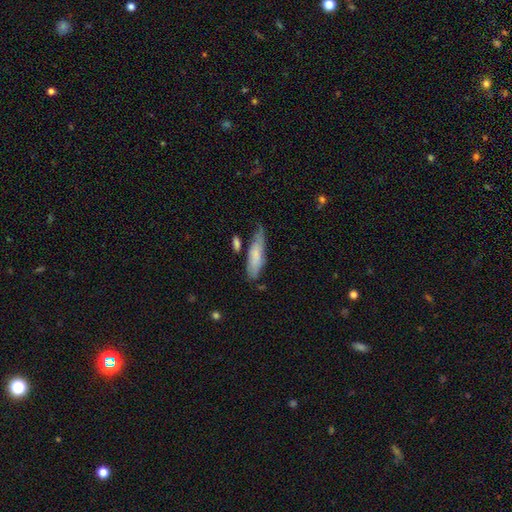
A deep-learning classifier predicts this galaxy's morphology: smooth 69%, featured or disk 25%, star or artifact 6%. Down the decision tree: how rounded — cigar-shaped (56%); merging — none (51%).